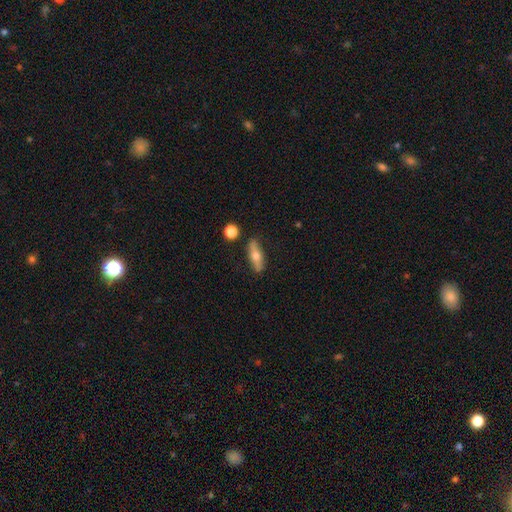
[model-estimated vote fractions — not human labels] Smooth or featured? smooth (54%)
How rounded? cigar-shaped (48%, tied with in between)
Merging? none (83%)